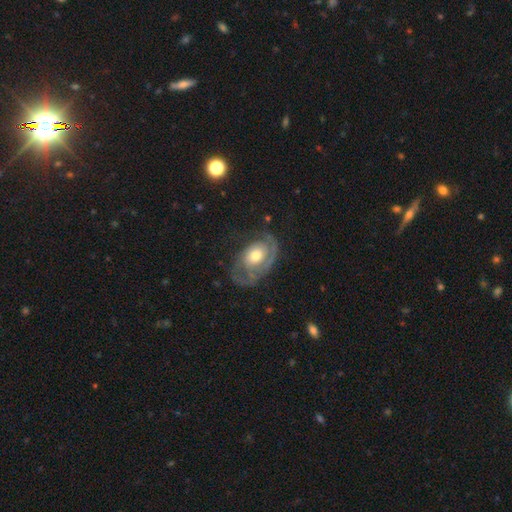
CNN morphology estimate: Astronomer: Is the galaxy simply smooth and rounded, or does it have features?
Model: featured or disk — 78%.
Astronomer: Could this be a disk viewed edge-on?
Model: no — 96%.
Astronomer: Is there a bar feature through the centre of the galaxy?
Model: no — 77%.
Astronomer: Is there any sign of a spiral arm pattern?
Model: yes — 86%.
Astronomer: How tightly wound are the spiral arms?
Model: tight — 56% (runner-up: medium, 31%).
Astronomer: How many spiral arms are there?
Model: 2 — 38% (runner-up: 1, 31%).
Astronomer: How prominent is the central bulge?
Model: moderate — 66%.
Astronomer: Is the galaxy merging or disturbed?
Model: none — 56%.